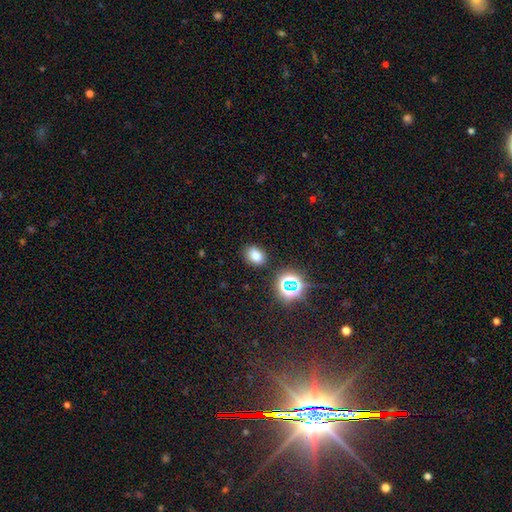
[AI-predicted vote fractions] This appears to be a smooth galaxy with no disk features (73%) that is in between round and cigar-shaped (63%). Merging: none (85%).